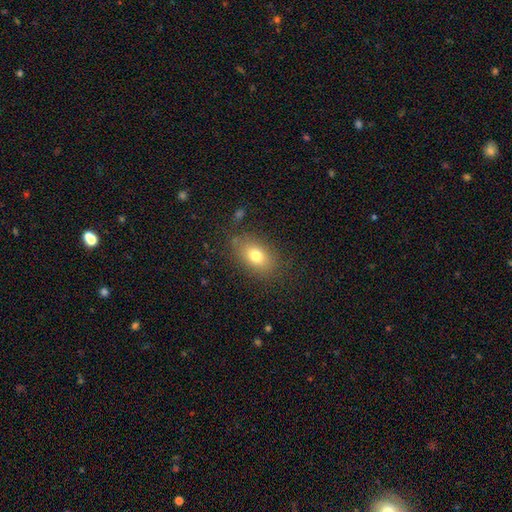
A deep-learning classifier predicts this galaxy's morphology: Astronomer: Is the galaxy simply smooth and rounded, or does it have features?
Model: smooth — 77%.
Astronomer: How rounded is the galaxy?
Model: in between — 84%.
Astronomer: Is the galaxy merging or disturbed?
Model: none — 81%.